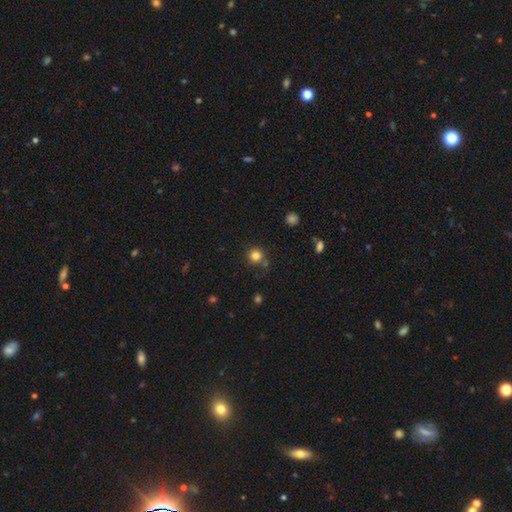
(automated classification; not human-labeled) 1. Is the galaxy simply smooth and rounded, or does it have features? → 82% smooth, 13% star or artifact, 6% featured or disk.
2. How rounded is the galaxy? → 93% round, 6% in between, 1% cigar-shaped.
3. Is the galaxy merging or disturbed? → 77% none, 11% minor disturbance, 8% merger, 4% major disturbance.